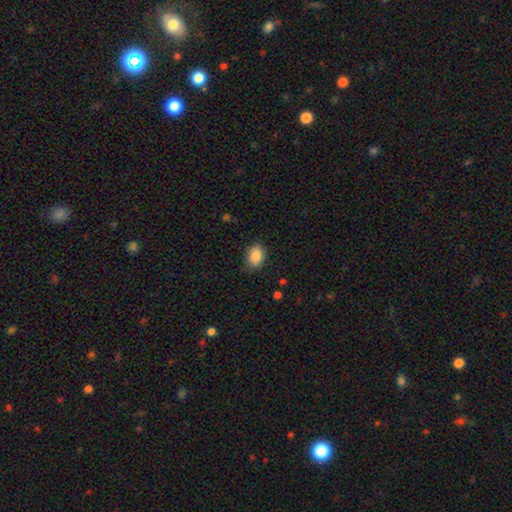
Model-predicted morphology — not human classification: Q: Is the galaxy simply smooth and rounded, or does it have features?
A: smooth — 87%.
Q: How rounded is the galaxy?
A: in between — 72%.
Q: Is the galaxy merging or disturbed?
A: none — 82%.